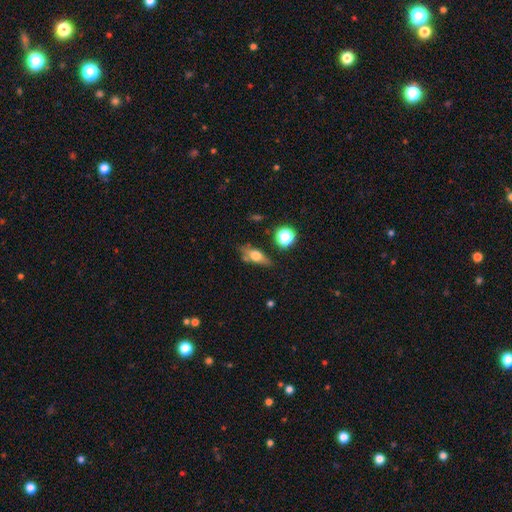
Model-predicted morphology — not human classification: Smooth or featured: smooth — 56% (featured or disk — 33%)
How rounded: in between — 62% (cigar-shaped — 29%)
Merging: none — 64% (minor disturbance — 20%)